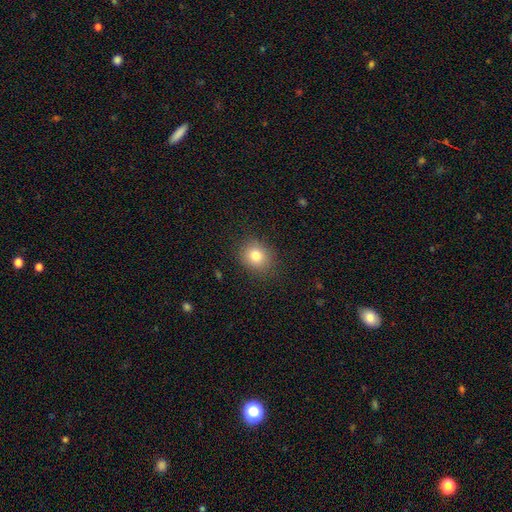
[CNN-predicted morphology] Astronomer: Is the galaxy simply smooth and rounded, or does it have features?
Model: smooth — 80%.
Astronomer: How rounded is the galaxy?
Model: round — 65%.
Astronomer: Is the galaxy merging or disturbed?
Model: none — 87%.